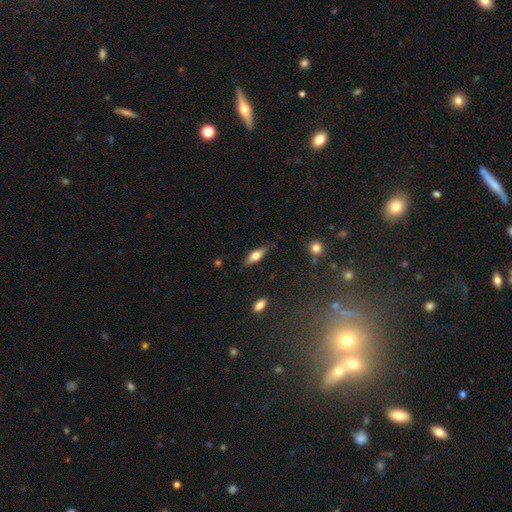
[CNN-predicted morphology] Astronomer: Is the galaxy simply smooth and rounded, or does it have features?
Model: smooth — 57% (runner-up: featured or disk, 37%).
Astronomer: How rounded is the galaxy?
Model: in between — 53% (runner-up: cigar-shaped, 44%).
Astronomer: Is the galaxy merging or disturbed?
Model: none — 79%.